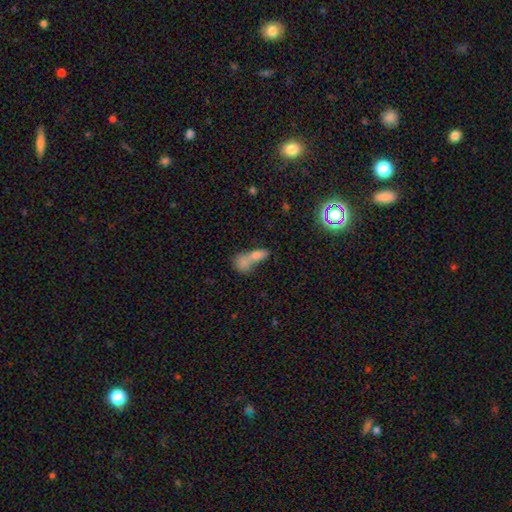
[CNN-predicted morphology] Smooth or featured?
  - smooth: 72% *
  - featured or disk: 15%
  - star or artifact: 13%
How rounded?
  - in between: 69% *
  - cigar-shaped: 15%
  - round: 15%
Merging?
  - merger: 68% *
  - none: 21%
  - minor disturbance: 7%
  - major disturbance: 5%